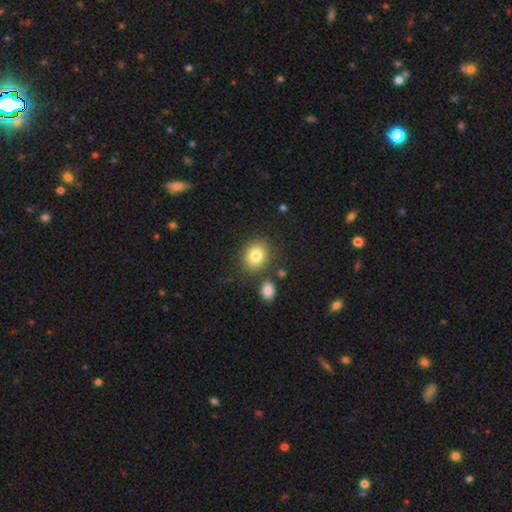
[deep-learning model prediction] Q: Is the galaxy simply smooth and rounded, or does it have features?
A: smooth — 81%.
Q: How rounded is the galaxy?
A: round — 62%.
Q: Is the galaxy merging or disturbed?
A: none — 78%.